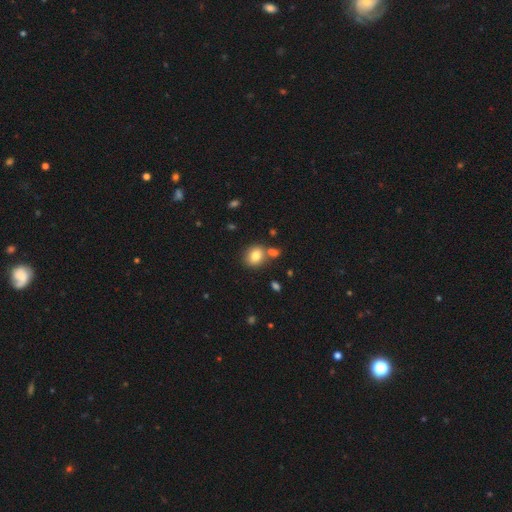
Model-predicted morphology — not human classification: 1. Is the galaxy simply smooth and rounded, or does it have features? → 80% smooth, 10% star or artifact, 10% featured or disk.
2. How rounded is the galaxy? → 60% round, 39% in between, 1% cigar-shaped.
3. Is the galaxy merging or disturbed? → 67% none, 18% merger, 12% minor disturbance, 4% major disturbance.